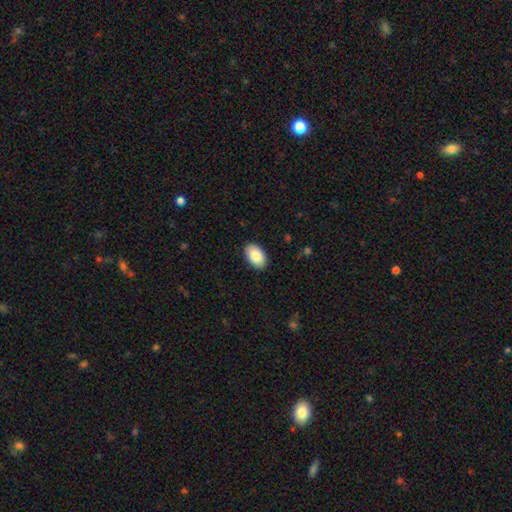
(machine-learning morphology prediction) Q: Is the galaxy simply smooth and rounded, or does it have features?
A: smooth — 86%.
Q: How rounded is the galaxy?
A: in between — 94%.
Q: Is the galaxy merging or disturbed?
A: none — 89%.